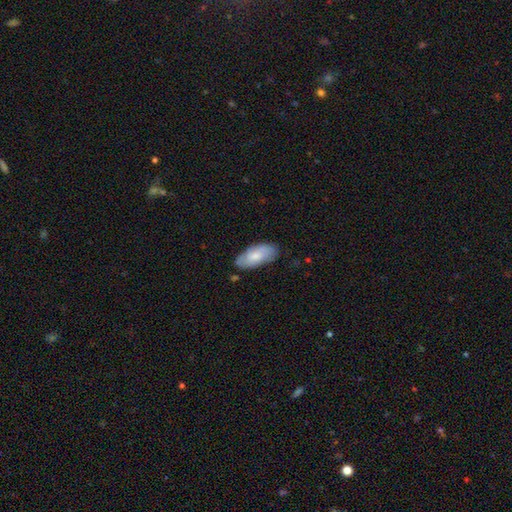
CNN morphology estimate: The model was most divided on "smooth or featured": smooth: 69%, featured or disk: 25%, star or artifact: 6%. More confident: how rounded — in between (89%); merging — none (77%).